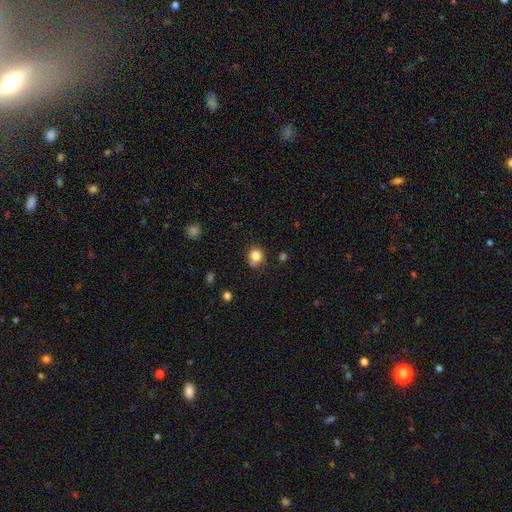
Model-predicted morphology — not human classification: Smooth or featured? smooth (82%)
How rounded? round (79%)
Merging? none (66%)